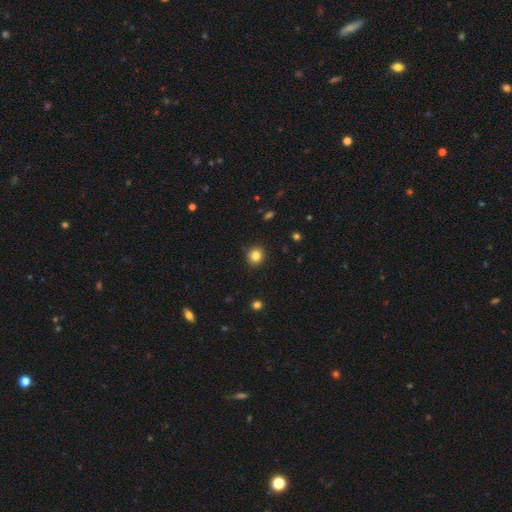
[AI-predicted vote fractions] Morphology: type=smooth (83%); roundness=round (90%); merging=none (91%).